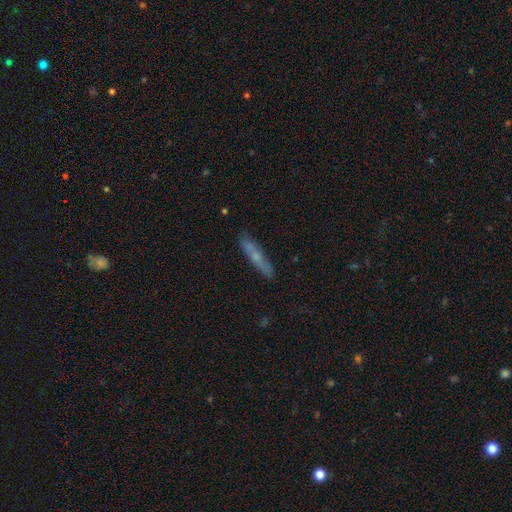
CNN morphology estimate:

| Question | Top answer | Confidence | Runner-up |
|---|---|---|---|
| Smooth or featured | smooth | 50% | featured or disk (42%) |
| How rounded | cigar-shaped | 90% | in between (8%) |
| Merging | none | 80% | minor disturbance (14%) |